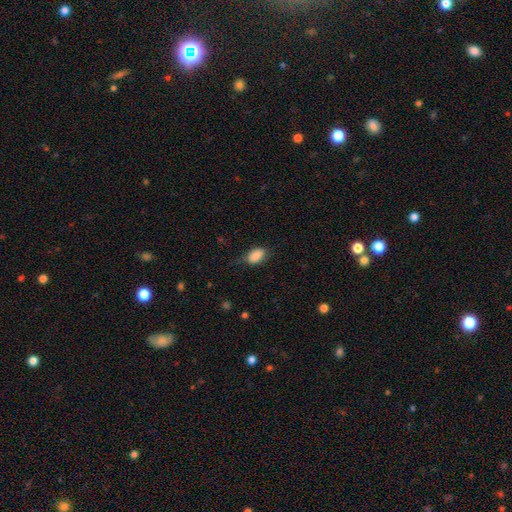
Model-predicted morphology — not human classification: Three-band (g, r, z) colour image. It shows a smooth galaxy with no disk features (86%) that is in between round and cigar-shaped (86%). Merging: none (63%).